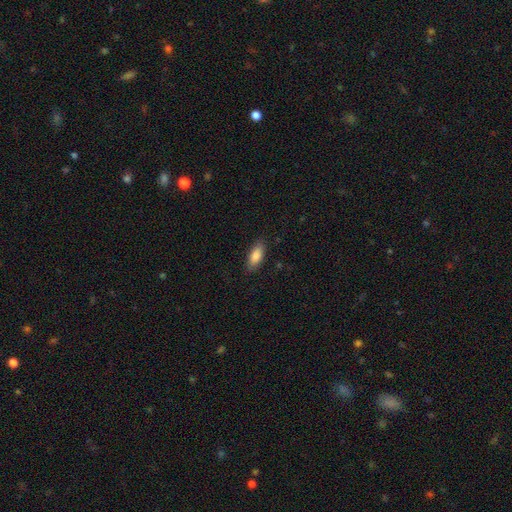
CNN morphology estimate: Smooth or featured?
  - smooth: 87% *
  - featured or disk: 7%
  - star or artifact: 6%
How rounded?
  - in between: 85% *
  - cigar-shaped: 13%
  - round: 2%
Merging?
  - none: 85% *
  - minor disturbance: 11%
  - major disturbance: 3%
  - merger: 1%